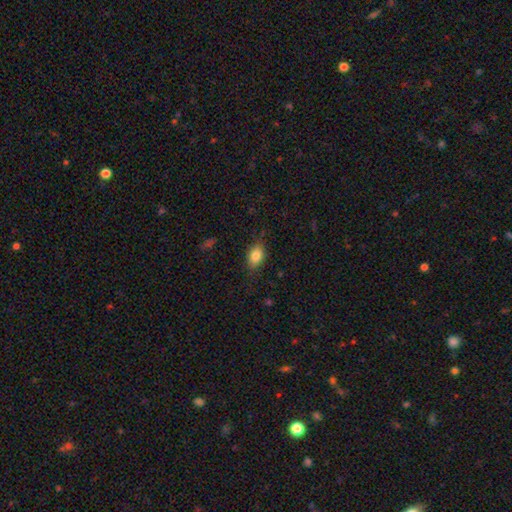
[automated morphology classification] This is likely a smooth galaxy (80%). How rounded: clearly in between (81%). Merging: likely none (76%).